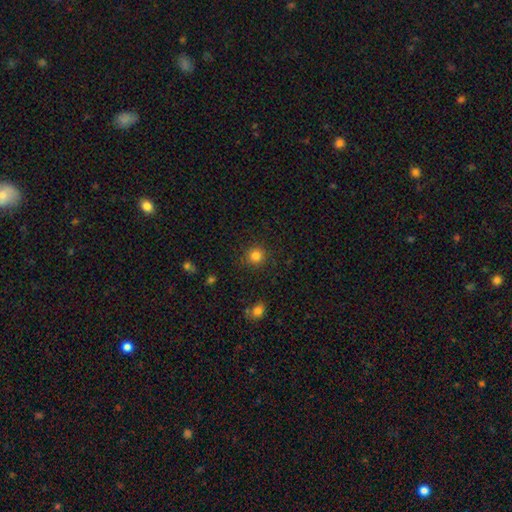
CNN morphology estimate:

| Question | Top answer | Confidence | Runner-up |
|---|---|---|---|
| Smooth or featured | smooth | 83% | star or artifact (12%) |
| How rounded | round | 92% | in between (7%) |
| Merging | none | 87% | minor disturbance (8%) |